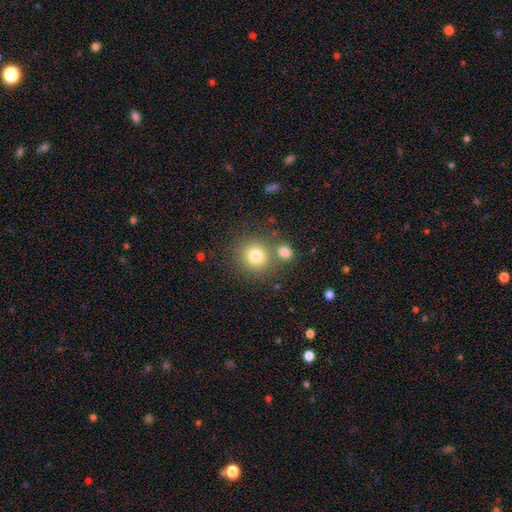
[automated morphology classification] Q: Smooth or featured?
A: smooth (79%); runner-up: star or artifact (12%)
Q: How rounded?
A: round (89%); runner-up: in between (10%)
Q: Merging?
A: none (68%); runner-up: merger (20%)